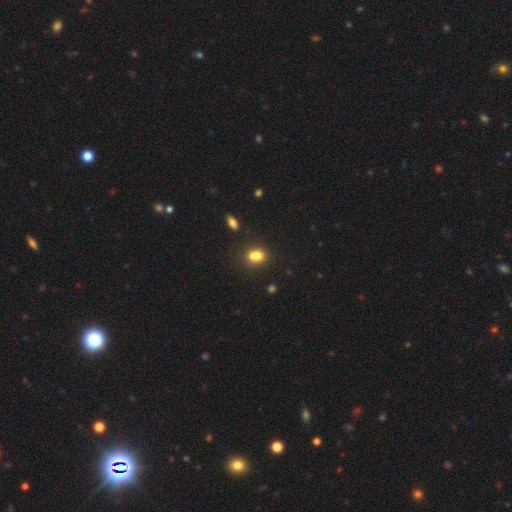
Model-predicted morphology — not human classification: smooth-or-featured: smooth: 74% | featured or disk: 13% | star or artifact: 12%
  how-rounded: in between: 61% | round: 36% | cigar-shaped: 3%
  merging: merger: 43% | none: 40% | minor disturbance: 12% | major disturbance: 4%